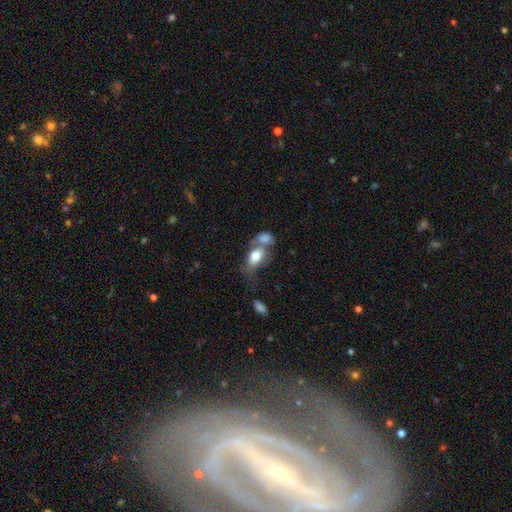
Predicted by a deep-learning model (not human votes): A smooth galaxy with no disk features (72%) that is in between round and cigar-shaped (86%).

Vote fractions:
- Smooth or featured? smooth: 72% / featured or disk: 20% / star or artifact: 7%
- How rounded? in between: 86% / round: 11% / cigar-shaped: 3%
- Merging? merger: 53% / none: 24% / minor disturbance: 13% / major disturbance: 10%